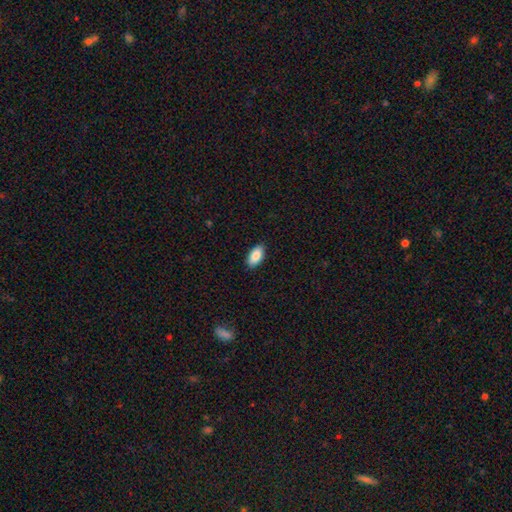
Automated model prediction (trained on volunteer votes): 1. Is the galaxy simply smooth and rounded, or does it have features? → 88% smooth, 7% star or artifact, 5% featured or disk.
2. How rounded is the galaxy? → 94% in between, 3% cigar-shaped, 3% round.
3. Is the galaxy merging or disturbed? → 88% none, 9% minor disturbance, 2% major disturbance, 1% merger.